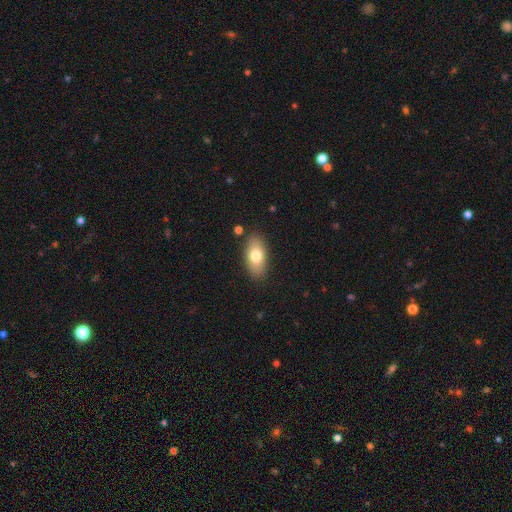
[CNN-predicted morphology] This is likely a smooth galaxy (76%). How rounded: clearly in between (89%). Merging: clearly none (85%).